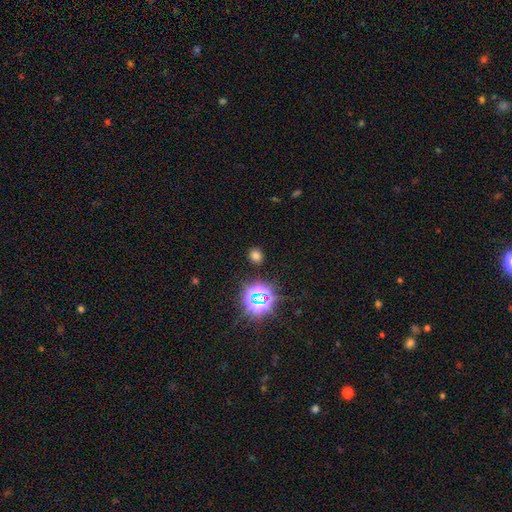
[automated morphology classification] Smooth or featured: smooth — 67% (star or artifact — 28%)
How rounded: round — 66% (in between — 32%)
Merging: none — 87% (minor disturbance — 8%)